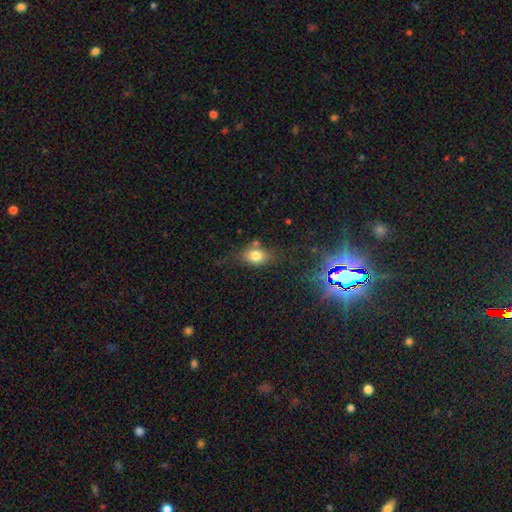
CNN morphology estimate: A smooth galaxy with no disk features (74%) that is in between round and cigar-shaped (69%). Merging: none (61%).